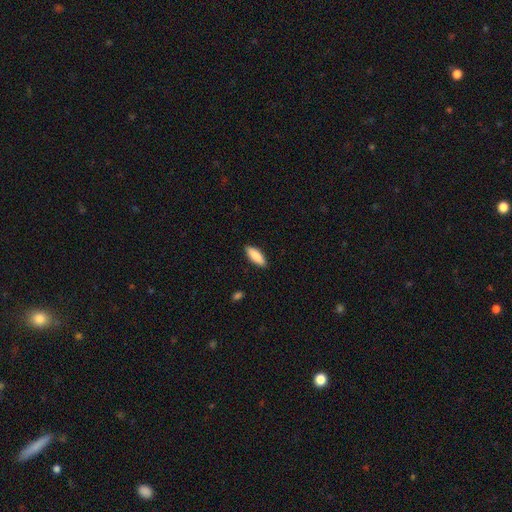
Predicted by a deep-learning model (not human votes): This is clearly a smooth galaxy (84%). How rounded: likely in between (69%). Merging: clearly none (89%).